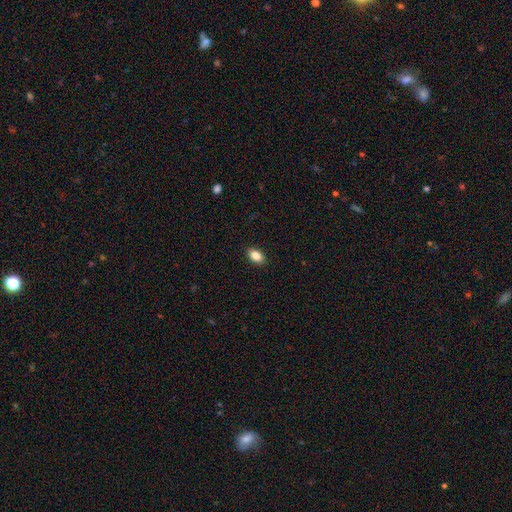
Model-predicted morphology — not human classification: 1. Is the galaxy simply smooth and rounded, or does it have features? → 87% smooth, 8% star or artifact, 5% featured or disk.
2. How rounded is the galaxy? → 90% in between, 8% round, 2% cigar-shaped.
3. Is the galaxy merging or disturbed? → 90% none, 7% minor disturbance, 2% major disturbance, 1% merger.